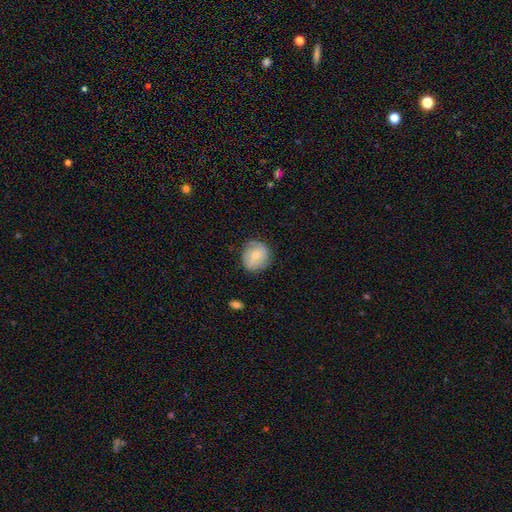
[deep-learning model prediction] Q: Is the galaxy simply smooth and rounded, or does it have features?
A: featured or disk — 51%.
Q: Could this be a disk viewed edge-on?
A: no — 97%.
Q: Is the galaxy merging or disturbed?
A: none — 76%.